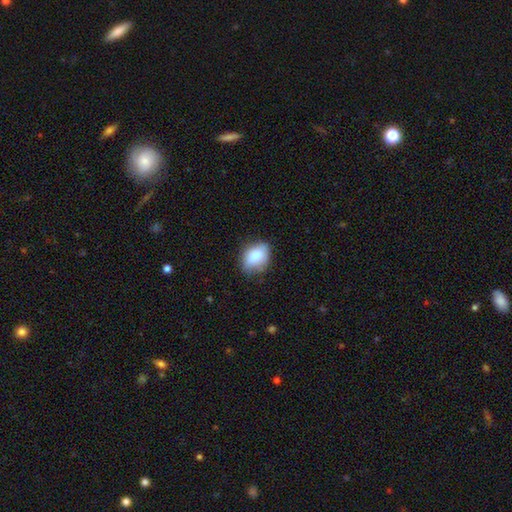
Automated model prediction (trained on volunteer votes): Overall: smooth (83%). How rounded: in between (74%). Merging: none (65%; minor disturbance 28%).